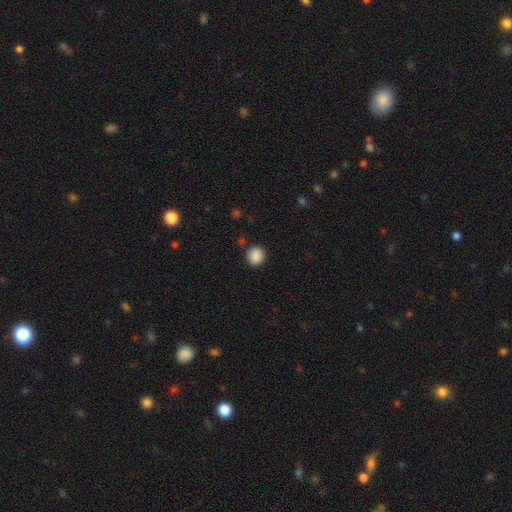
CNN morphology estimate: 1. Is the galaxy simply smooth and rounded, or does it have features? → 88% smooth, 9% star or artifact, 3% featured or disk.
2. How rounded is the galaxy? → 91% round, 8% in between, 1% cigar-shaped.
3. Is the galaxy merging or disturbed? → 89% none, 7% minor disturbance, 2% major disturbance, 2% merger.